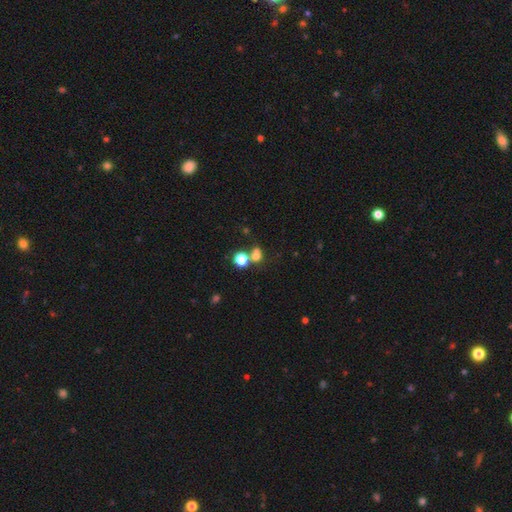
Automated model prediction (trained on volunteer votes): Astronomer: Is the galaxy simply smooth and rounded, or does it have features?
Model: smooth — 67%.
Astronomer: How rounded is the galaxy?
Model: round — 70%.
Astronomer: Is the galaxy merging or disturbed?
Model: none — 45% (runner-up: merger, 39%).